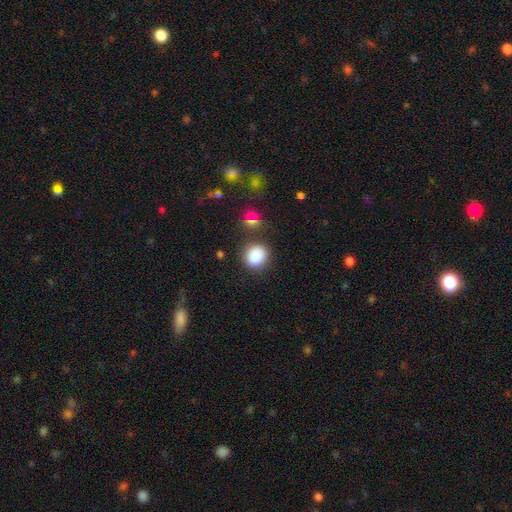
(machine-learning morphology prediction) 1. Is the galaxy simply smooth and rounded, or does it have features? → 85% smooth, 11% star or artifact, 4% featured or disk.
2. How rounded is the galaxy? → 81% round, 17% in between, 1% cigar-shaped.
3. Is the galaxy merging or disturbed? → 82% none, 10% minor disturbance, 4% merger, 4% major disturbance.